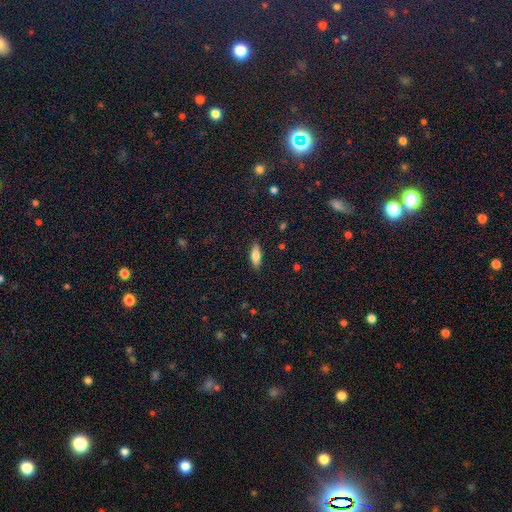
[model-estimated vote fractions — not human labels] Smooth or featured? Predicted: smooth (p=0.78). How rounded? Predicted: in between (p=0.67). Merging? Predicted: none (p=0.88).